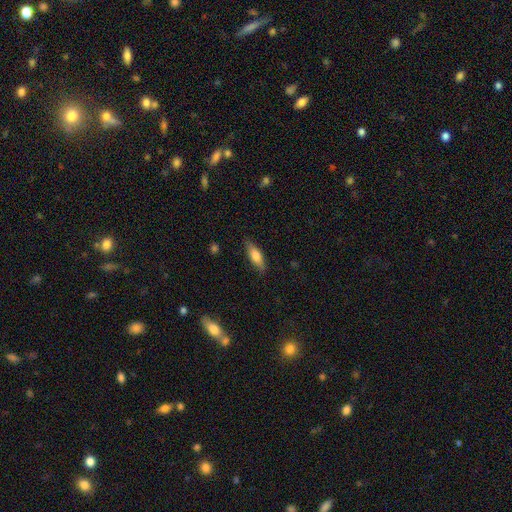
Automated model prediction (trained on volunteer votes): Smooth or featured? smooth (66%)
How rounded? in between (52%)
Merging? none (85%)